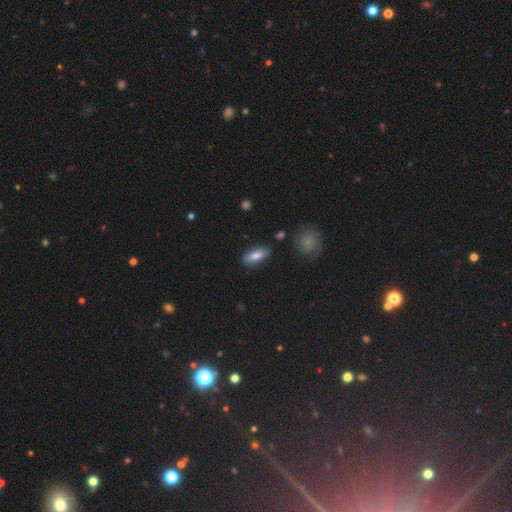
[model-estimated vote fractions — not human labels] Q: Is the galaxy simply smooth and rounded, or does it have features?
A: smooth — 76%.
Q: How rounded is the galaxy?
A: in between — 74%.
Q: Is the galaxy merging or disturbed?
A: none — 80%.